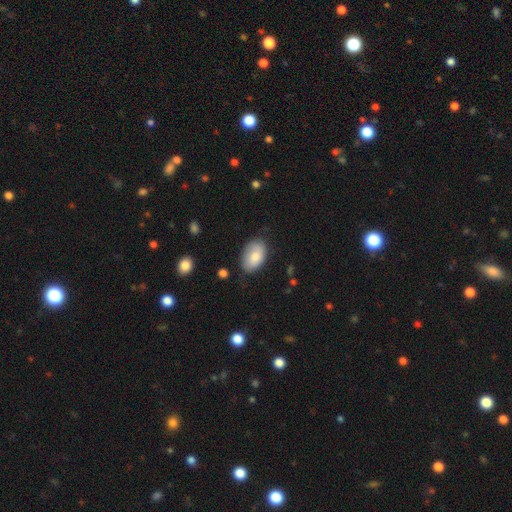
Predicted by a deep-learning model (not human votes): smooth-or-featured: smooth: 80% | featured or disk: 14% | star or artifact: 6%
  how-rounded: in between: 92% | round: 7% | cigar-shaped: 1%
  merging: none: 74% | minor disturbance: 20% | major disturbance: 4% | merger: 2%